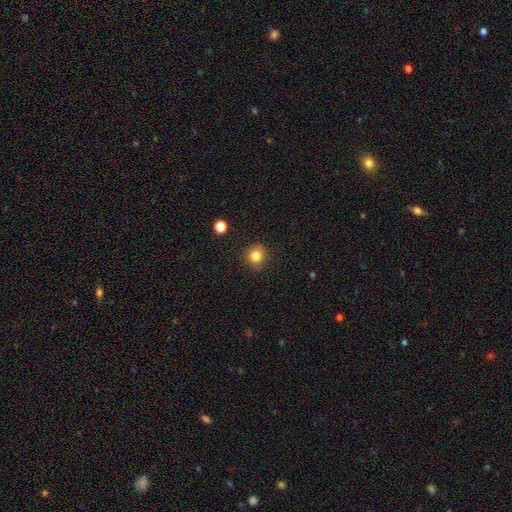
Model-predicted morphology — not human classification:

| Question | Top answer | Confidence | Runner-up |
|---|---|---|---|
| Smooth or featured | smooth | 83% | star or artifact (11%) |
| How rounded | round | 82% | in between (17%) |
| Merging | none | 85% | minor disturbance (11%) |